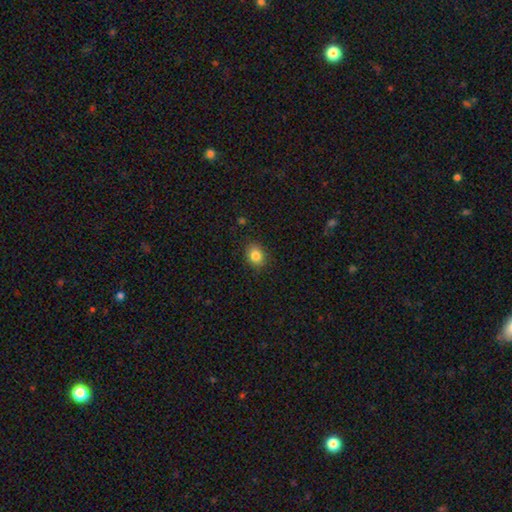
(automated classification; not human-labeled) This appears to be a smooth galaxy with no disk features (84%) that is round (52%). Merging: none (86%).